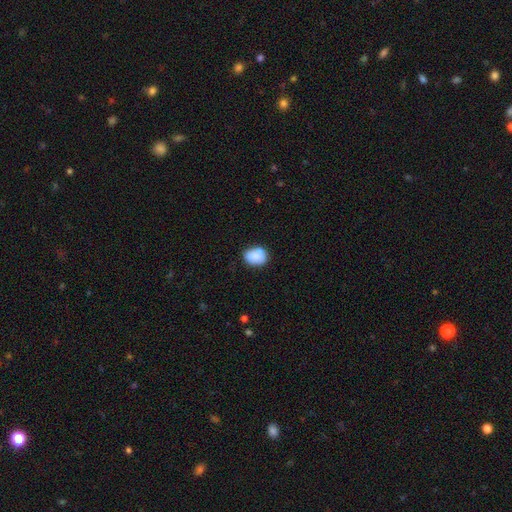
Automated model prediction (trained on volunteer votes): Smooth or featured? smooth (83%)
How rounded? in between (60%)
Merging? none (65%)